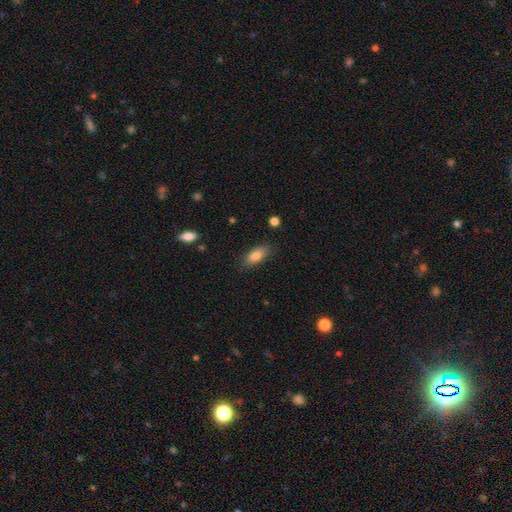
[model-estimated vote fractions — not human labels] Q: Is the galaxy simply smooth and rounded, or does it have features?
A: smooth — 81%.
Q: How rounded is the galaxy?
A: in between — 79%.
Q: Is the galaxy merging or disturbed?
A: none — 83%.